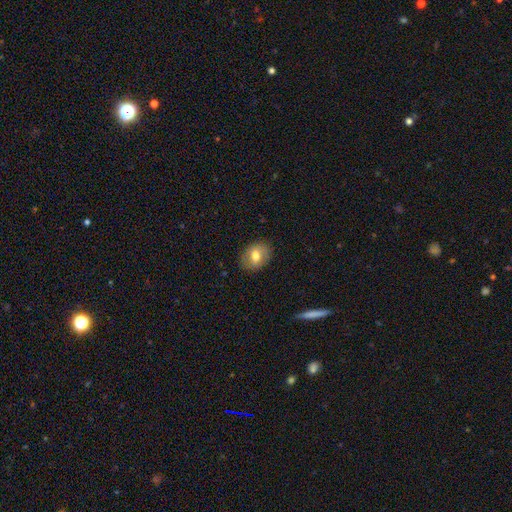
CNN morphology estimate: This is likely a smooth galaxy (64%). How rounded: possibly in between (58%). Merging: clearly none (84%).